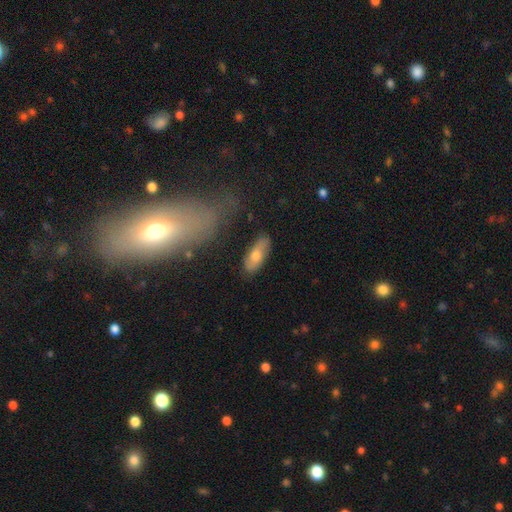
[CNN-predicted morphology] smooth-or-featured: smooth: 61% | featured or disk: 32% | star or artifact: 7%
  how-rounded: in between: 79% | cigar-shaped: 18% | round: 3%
  merging: none: 79% | minor disturbance: 14% | major disturbance: 4% | merger: 3%